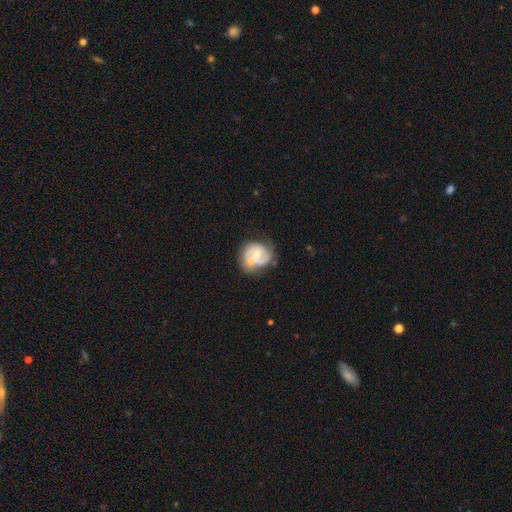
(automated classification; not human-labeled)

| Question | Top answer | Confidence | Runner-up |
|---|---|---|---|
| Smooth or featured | featured or disk | 64% | smooth (30%) |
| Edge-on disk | no | 98% | yes (2%) |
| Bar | no | 58% | weak (33%) |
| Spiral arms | yes | 68% | no (32%) |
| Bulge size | moderate | 50% | small (41%) |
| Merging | none | 40% | merger (24%) |